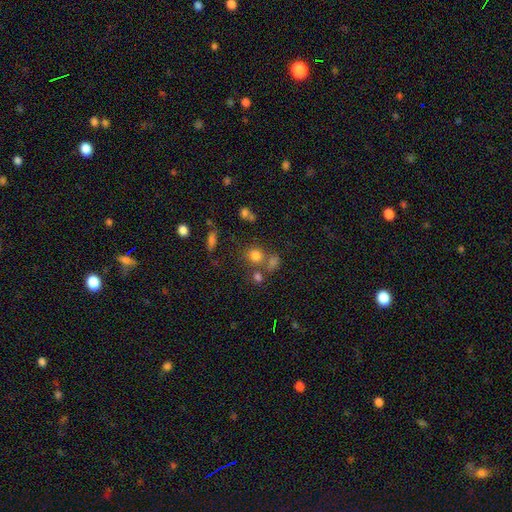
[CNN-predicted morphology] Smooth or featured?
  - smooth: 74% *
  - star or artifact: 17%
  - featured or disk: 9%
How rounded?
  - round: 81% *
  - in between: 17%
  - cigar-shaped: 1%
Merging?
  - none: 60% *
  - merger: 23%
  - minor disturbance: 11%
  - major disturbance: 6%